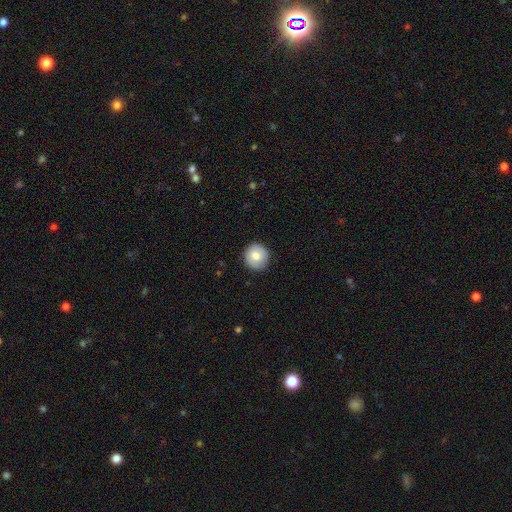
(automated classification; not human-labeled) This is likely a smooth galaxy (79%). How rounded: clearly round (92%). Merging: clearly none (89%).